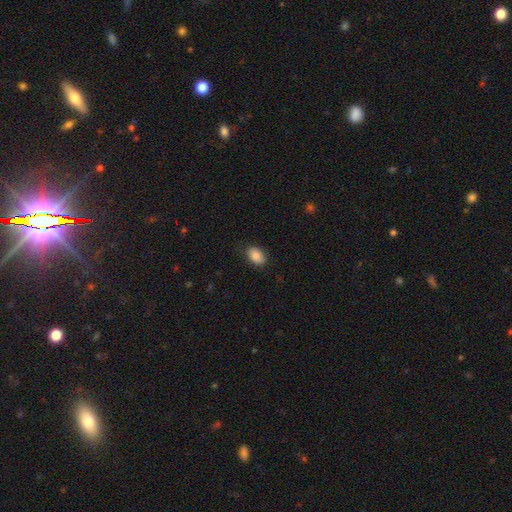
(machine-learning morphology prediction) The model was most divided on "merging": none: 83%, minor disturbance: 13%, major disturbance: 3%, merger: 1%. More confident: how rounded — in between (87%); smooth or featured — smooth (86%).